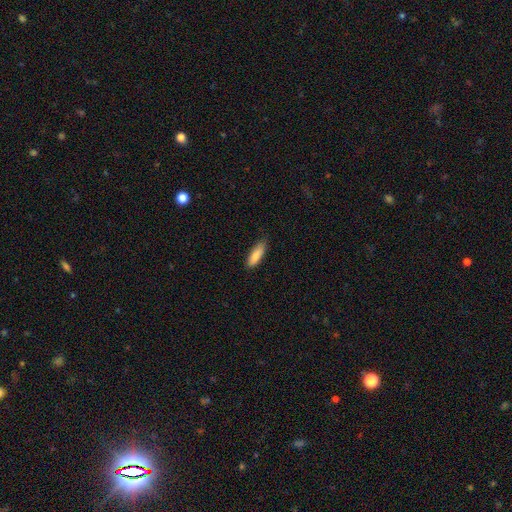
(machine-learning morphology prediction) Smooth or featured? Predicted: smooth (p=0.86). How rounded? Predicted: in between (p=0.52). Merging? Predicted: none (p=0.79).